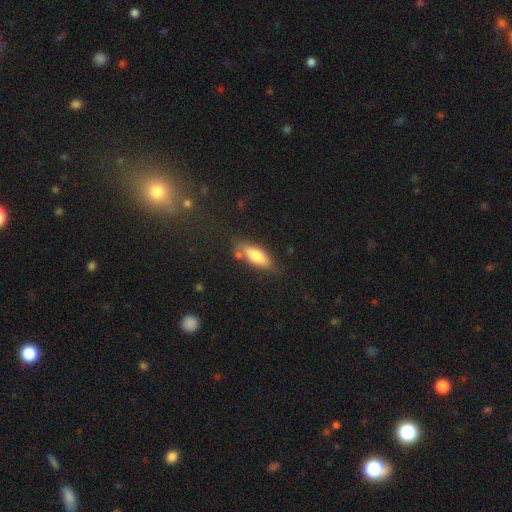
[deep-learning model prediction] smooth 76%, featured or disk 17%, star or artifact 7%. Down the decision tree: how rounded — in between (73%); merging — none (67%).